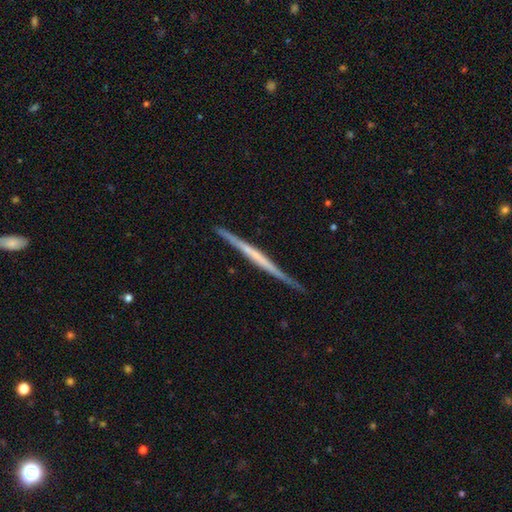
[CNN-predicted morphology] featured or disk 67%, smooth 27%, star or artifact 5%. Down the decision tree: edge-on disk — yes (97%); edge-on bulge — none (81%); merging — none (86%).